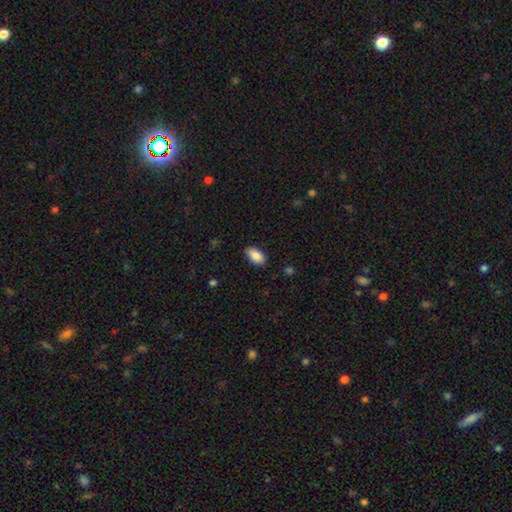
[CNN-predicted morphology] This is clearly a smooth galaxy (89%). How rounded: clearly in between (94%). Merging: clearly none (87%).